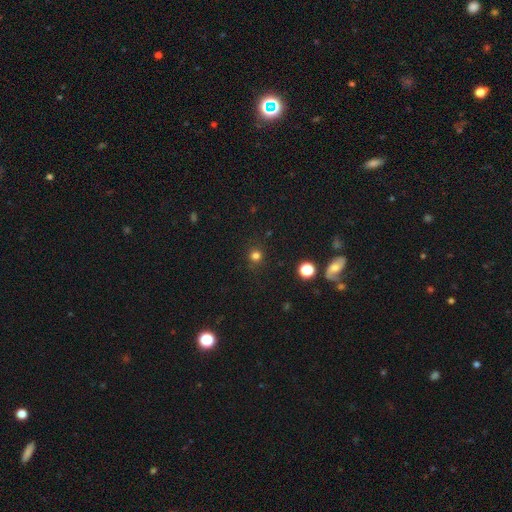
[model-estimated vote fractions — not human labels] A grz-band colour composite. It shows a smooth galaxy with no disk features (77%) that is round (91%). Merging: none (87%).